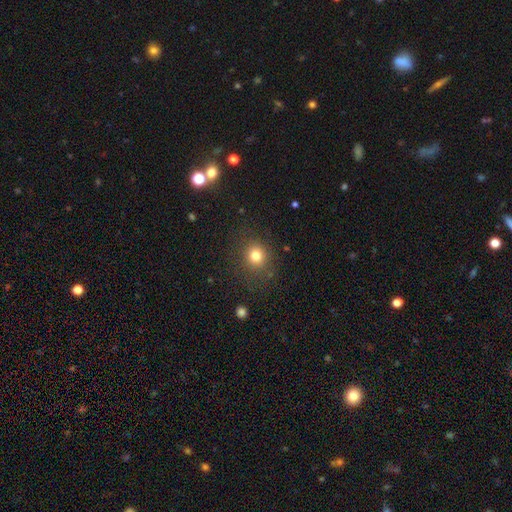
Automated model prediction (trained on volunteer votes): Smooth or featured: smooth — 79% (star or artifact — 14%)
How rounded: round — 82% (in between — 17%)
Merging: none — 83% (minor disturbance — 10%)